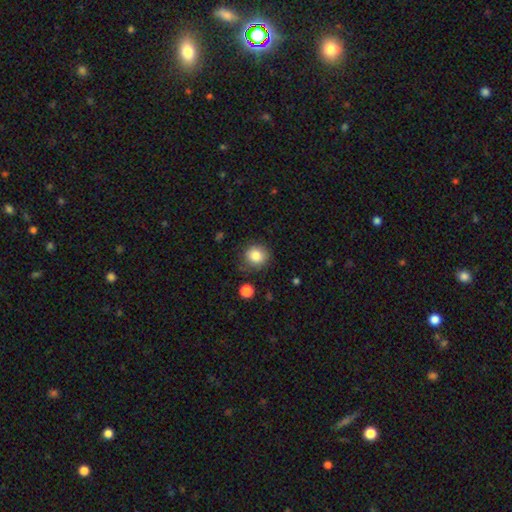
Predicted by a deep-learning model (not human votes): Overall: smooth (84%). How rounded: round (87%). Merging: none (80%).